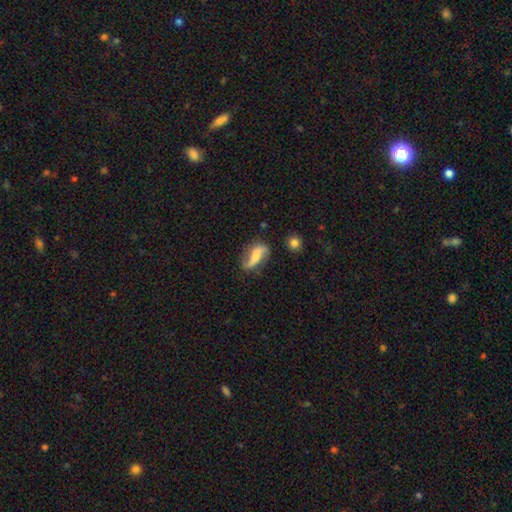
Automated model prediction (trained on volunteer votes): A featured or disk galaxy (70%) with no bar (37%), 2 (91%) loose (81%) spiral arms (92%) and a small central bulge (40%).

Vote fractions:
- Smooth or featured? featured or disk: 70% / smooth: 22% / star or artifact: 7%
- Edge-on disk? no: 90% / yes: 10%
- Bar? no: 37% / weak: 32% / strong: 31%
- Spiral arms? yes: 92% / no: 8%
- Spiral winding? loose: 81% / medium: 14% / tight: 5%
- Spiral arm count? 2: 91% / 1: 3% / can't tell: 3% / 3: 1% / 4: 1% / more than 4: 1%
- Bulge size? small: 40% / moderate: 36% / none: 15% / large: 6% / dominant: 2%
- Merging? none: 71% / minor disturbance: 18% / major disturbance: 7% / merger: 3%